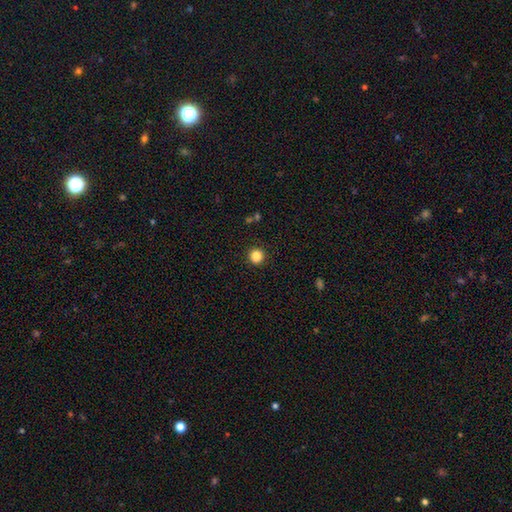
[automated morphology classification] Smooth or featured? Predicted: smooth (p=0.86). How rounded? Predicted: round (p=0.91). Merging? Predicted: none (p=0.89).